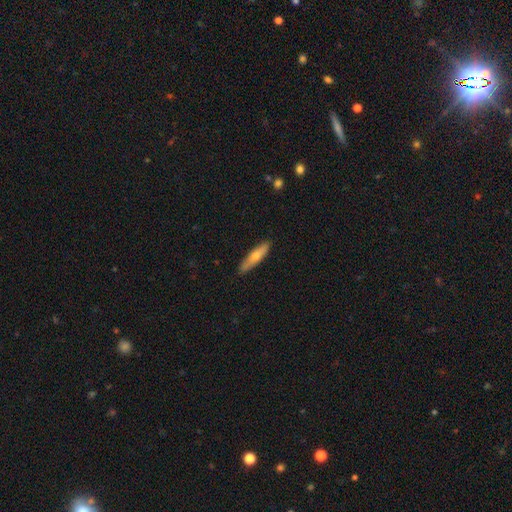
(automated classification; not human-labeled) smooth 59%, featured or disk 35%, star or artifact 6%. Down the decision tree: how rounded — cigar-shaped (81%); merging — none (86%).